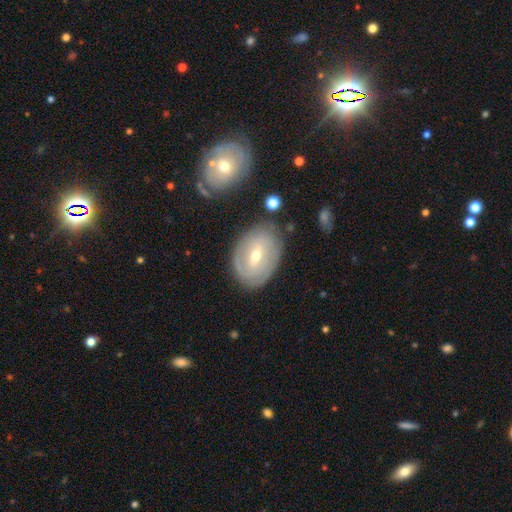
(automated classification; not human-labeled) A featured or disk galaxy (68%) with a weak bar (48%), spiral arms (71%) and a small central bulge (53%).

Vote fractions:
- Smooth or featured? featured or disk: 68% / smooth: 25% / star or artifact: 7%
- Edge-on disk? no: 94% / yes: 6%
- Bar? weak: 48% / no: 29% / strong: 22%
- Spiral arms? yes: 71% / no: 29%
- Bulge size? small: 53% / moderate: 44% / large: 1% / none: 1% / dominant: 1%
- Merging? none: 77% / minor disturbance: 16% / major disturbance: 5% / merger: 3%